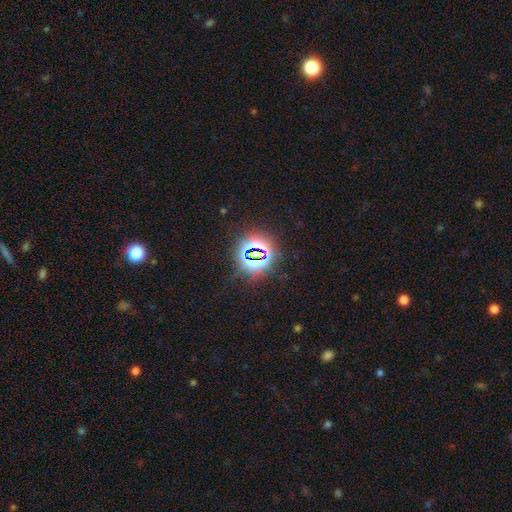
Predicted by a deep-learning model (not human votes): A star or artifact, not a galaxy (76%).

Vote fractions:
- Smooth or featured? star or artifact: 76% / smooth: 16% / featured or disk: 8%